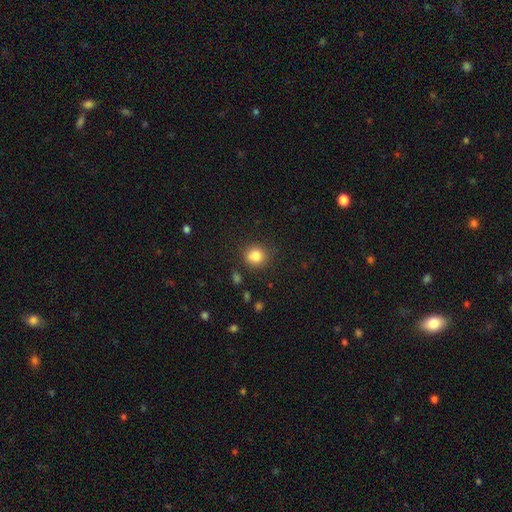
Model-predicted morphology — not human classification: Smooth or featured?
  - smooth: 83% *
  - star or artifact: 11%
  - featured or disk: 6%
How rounded?
  - round: 84% *
  - in between: 15%
  - cigar-shaped: 1%
Merging?
  - none: 81% *
  - minor disturbance: 12%
  - merger: 3%
  - major disturbance: 3%